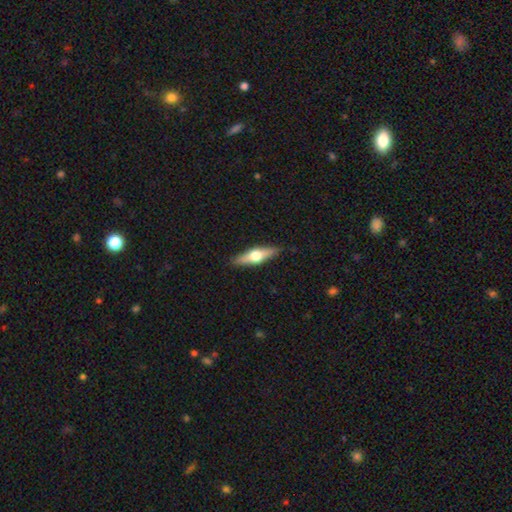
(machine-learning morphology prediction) Q: Smooth or featured?
A: featured or disk (57%); runner-up: smooth (37%)
Q: Edge-on disk?
A: yes (94%); runner-up: no (6%)
Q: Edge-on bulge?
A: rounded (95%); runner-up: boxy (3%)
Q: Merging?
A: none (89%); runner-up: minor disturbance (8%)